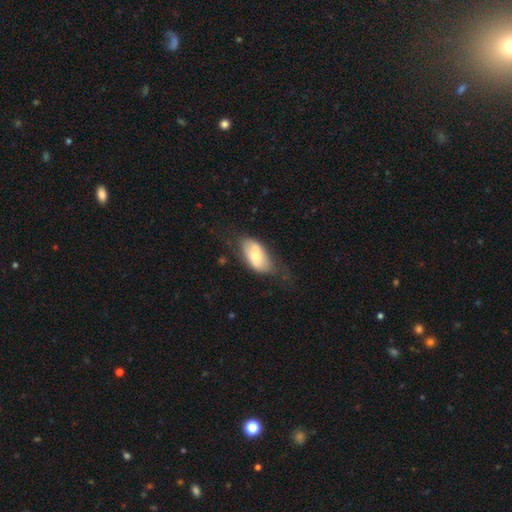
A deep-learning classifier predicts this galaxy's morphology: Smooth or featured? smooth (65%)
How rounded? in between (93%)
Merging? none (51%)